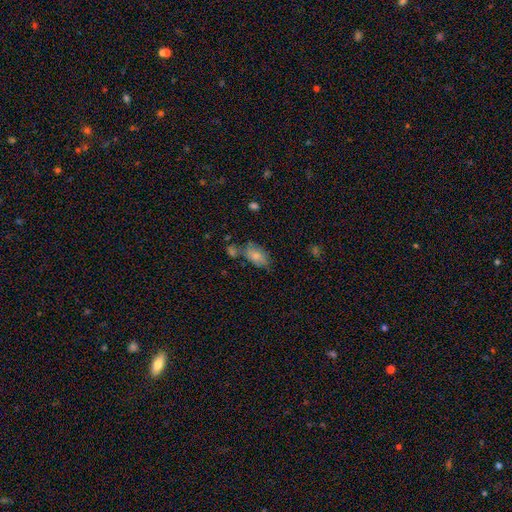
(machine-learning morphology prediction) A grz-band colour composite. It shows a smooth galaxy with no disk features (75%) that is in between round and cigar-shaped (91%). Merging: none (53%).